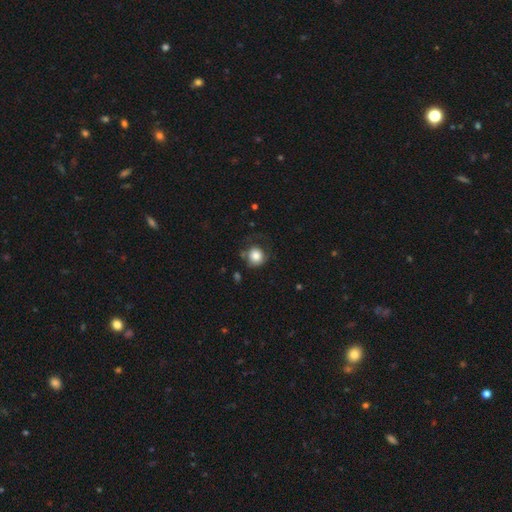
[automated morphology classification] Smooth or featured?
  - smooth: 82% *
  - featured or disk: 9%
  - star or artifact: 9%
How rounded?
  - round: 89% *
  - in between: 10%
  - cigar-shaped: 1%
Merging?
  - none: 63% *
  - minor disturbance: 21%
  - major disturbance: 12%
  - merger: 4%